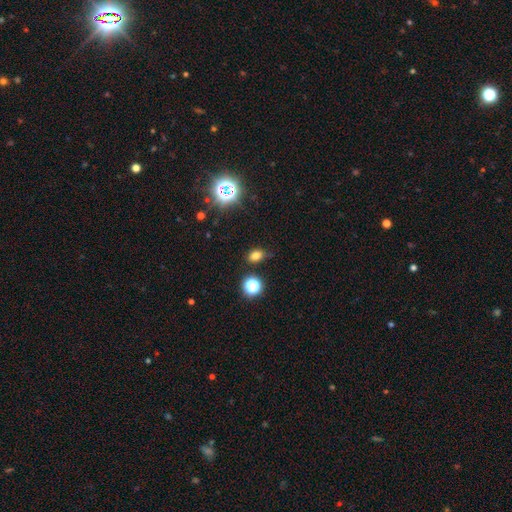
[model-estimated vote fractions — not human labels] Smooth or featured: smooth — 74% (star or artifact — 20%)
How rounded: in between — 66% (round — 33%)
Merging: none — 75% (minor disturbance — 17%)